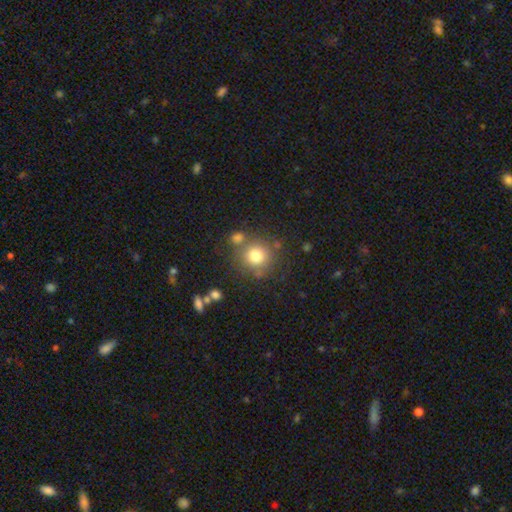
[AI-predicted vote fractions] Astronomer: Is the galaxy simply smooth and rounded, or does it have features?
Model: smooth — 77%.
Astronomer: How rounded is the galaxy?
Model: round — 92%.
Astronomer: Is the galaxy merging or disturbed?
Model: none — 73%.